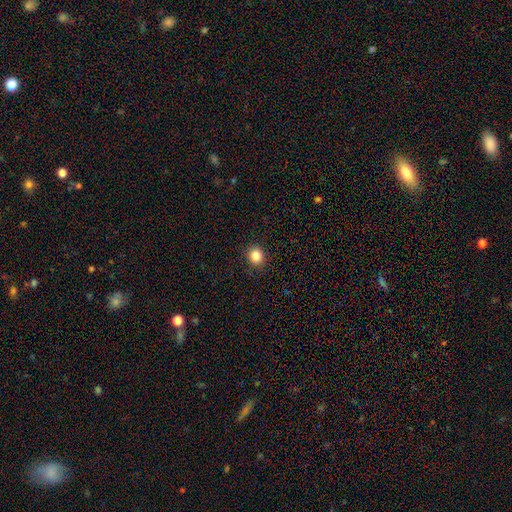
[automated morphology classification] smooth_or_featured: smooth (p=0.84) [alt: star or artifact p=0.11]
how_rounded: round (p=0.77) [alt: in between p=0.22]
merging: none (p=0.90) [alt: minor disturbance p=0.07]